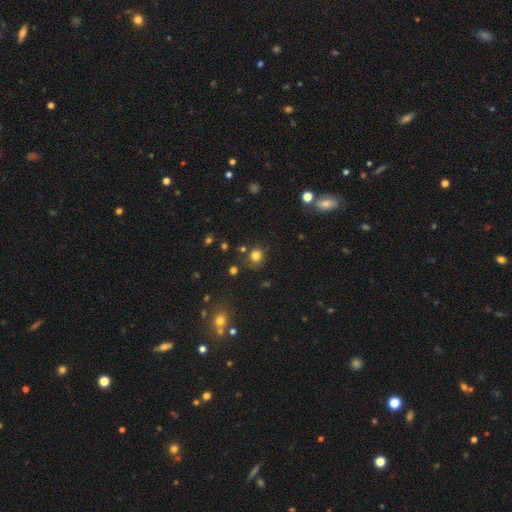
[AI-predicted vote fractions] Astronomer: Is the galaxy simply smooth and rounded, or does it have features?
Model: smooth — 79%.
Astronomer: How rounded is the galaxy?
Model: round — 88%.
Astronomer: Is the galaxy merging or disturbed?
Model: none — 77%.